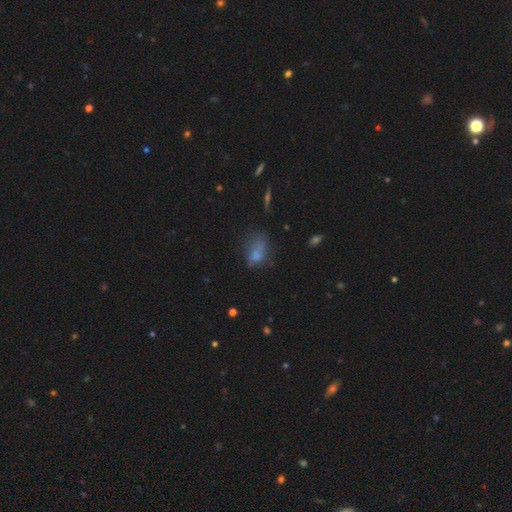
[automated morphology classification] This appears to be a smooth galaxy with no disk features (63%) that is in between round and cigar-shaped (76%). Merging: none (39%).